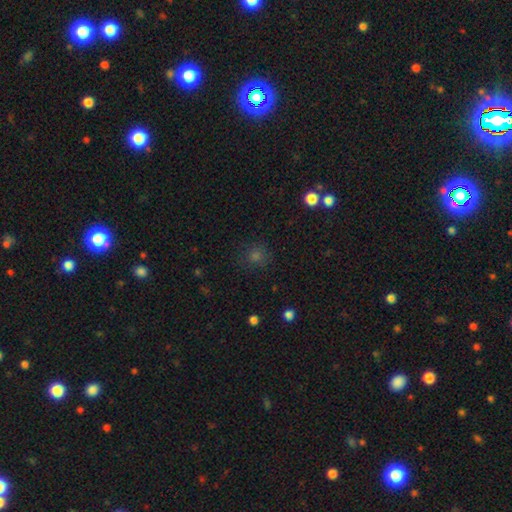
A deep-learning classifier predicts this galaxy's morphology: A smooth galaxy with no disk features (65%) that is round (92%).

Vote fractions:
- Smooth or featured? smooth: 65% / star or artifact: 28% / featured or disk: 7%
- How rounded? round: 92% / in between: 7% / cigar-shaped: 1%
- Merging? none: 86% / minor disturbance: 9% / major disturbance: 3% / merger: 2%